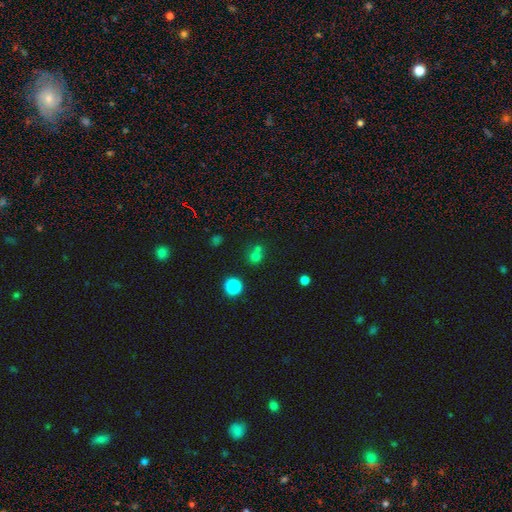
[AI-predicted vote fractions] The model was most divided on "merging": none: 48%, merger: 42%, minor disturbance: 7%, major disturbance: 3%. More confident: how rounded — round (84%); smooth or featured — smooth (66%).